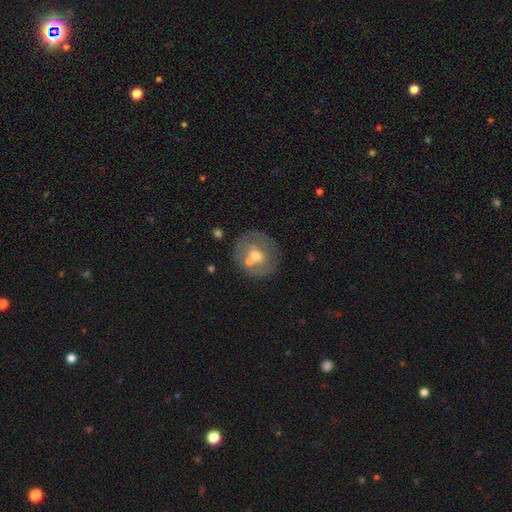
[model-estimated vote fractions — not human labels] This is possibly a featured or disk galaxy (46%). Merging: likely none (64%).